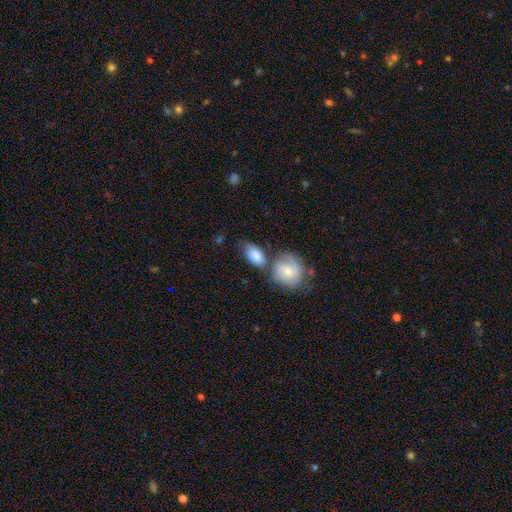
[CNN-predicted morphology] Smooth or featured?
  - smooth: 82% *
  - featured or disk: 13%
  - star or artifact: 5%
How rounded?
  - in between: 87% *
  - round: 10%
  - cigar-shaped: 3%
Merging?
  - none: 49% *
  - merger: 27%
  - minor disturbance: 18%
  - major disturbance: 6%